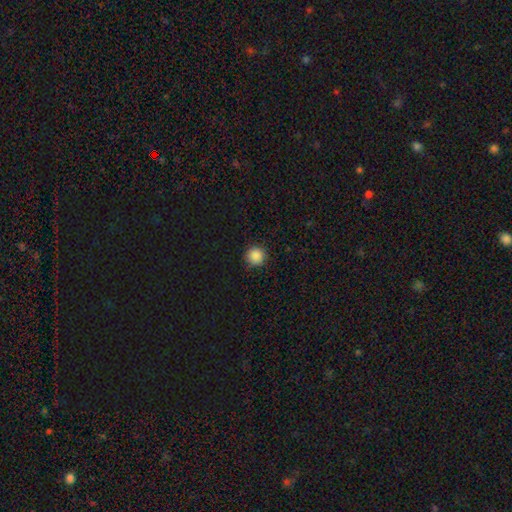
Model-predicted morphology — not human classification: Smooth or featured? Predicted: smooth (p=0.87). How rounded? Predicted: round (p=0.95). Merging? Predicted: none (p=0.90).